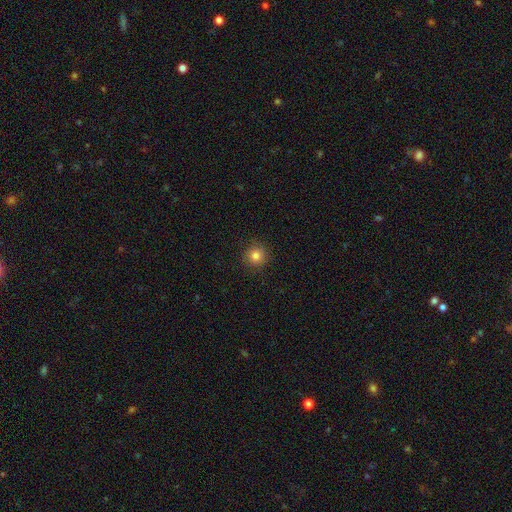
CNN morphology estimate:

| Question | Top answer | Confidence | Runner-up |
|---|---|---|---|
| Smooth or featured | smooth | 82% | star or artifact (12%) |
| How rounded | round | 95% | in between (5%) |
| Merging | none | 90% | minor disturbance (7%) |